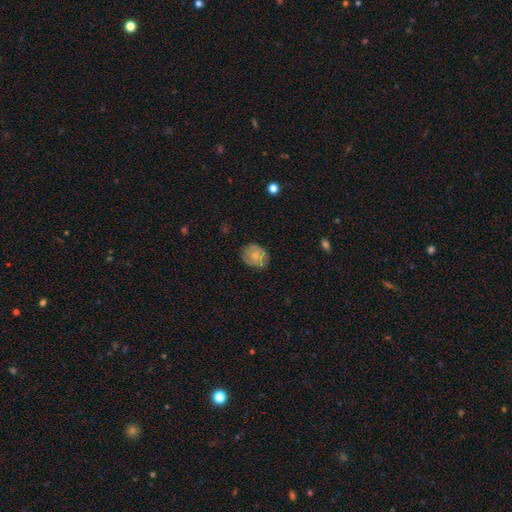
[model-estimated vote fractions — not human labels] smooth_or_featured: smooth (p=0.71) [alt: featured or disk p=0.22]
how_rounded: round (p=0.62) [alt: in between p=0.37]
merging: none (p=0.79) [alt: minor disturbance p=0.17]